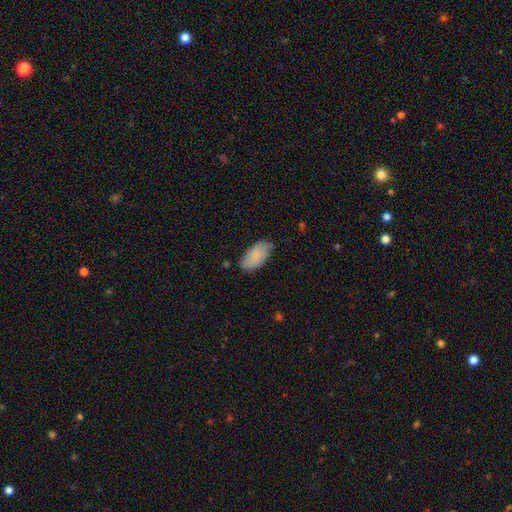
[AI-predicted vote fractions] Smooth or featured? Predicted: smooth (p=0.79). How rounded? Predicted: in between (p=0.94). Merging? Predicted: none (p=0.68).